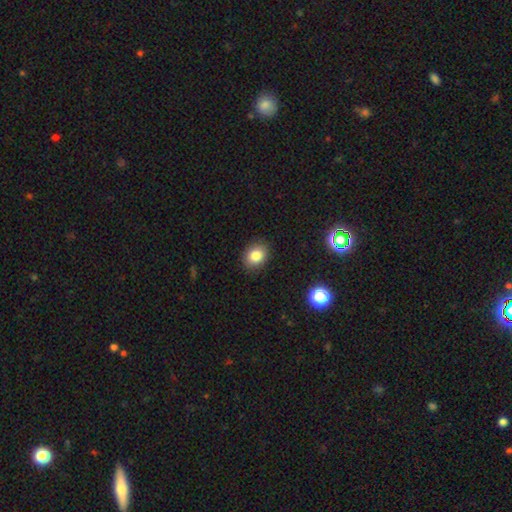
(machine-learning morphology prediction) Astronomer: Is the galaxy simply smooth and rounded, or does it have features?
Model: smooth — 83%.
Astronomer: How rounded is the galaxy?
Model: in between — 52% (runner-up: round, 47%).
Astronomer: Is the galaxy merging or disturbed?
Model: none — 89%.